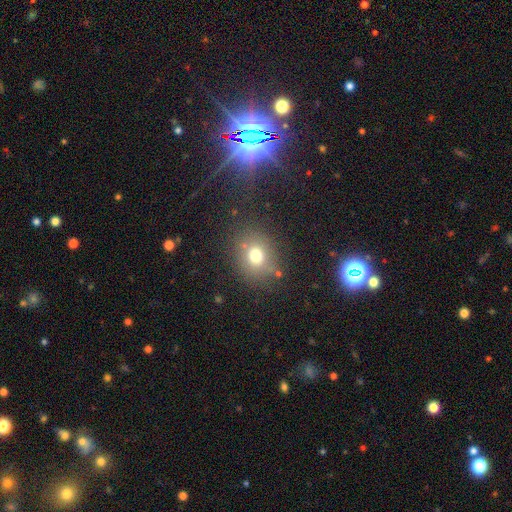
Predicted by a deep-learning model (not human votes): Smooth or featured?
  - smooth: 74% *
  - star or artifact: 15%
  - featured or disk: 11%
How rounded?
  - round: 64% *
  - in between: 35%
  - cigar-shaped: 1%
Merging?
  - none: 77% *
  - minor disturbance: 13%
  - major disturbance: 6%
  - merger: 4%